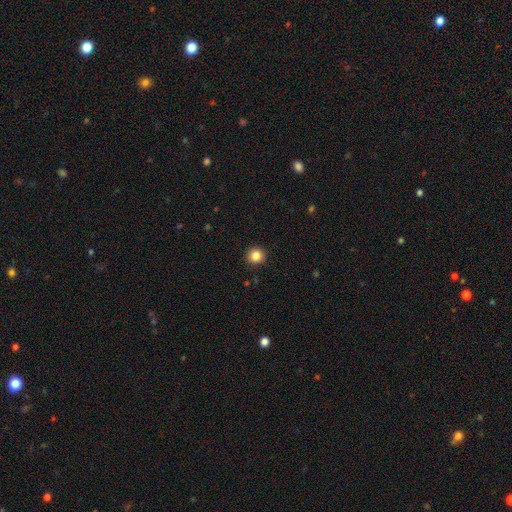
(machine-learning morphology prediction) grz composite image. It shows a smooth galaxy with no disk features (85%) that is round (95%). Merging: none (93%).